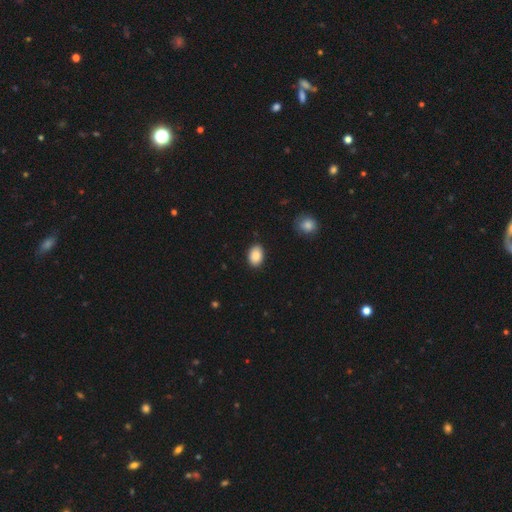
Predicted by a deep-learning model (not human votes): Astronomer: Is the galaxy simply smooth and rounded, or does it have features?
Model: smooth — 88%.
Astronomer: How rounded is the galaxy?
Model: in between — 82%.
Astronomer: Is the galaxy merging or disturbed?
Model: none — 88%.